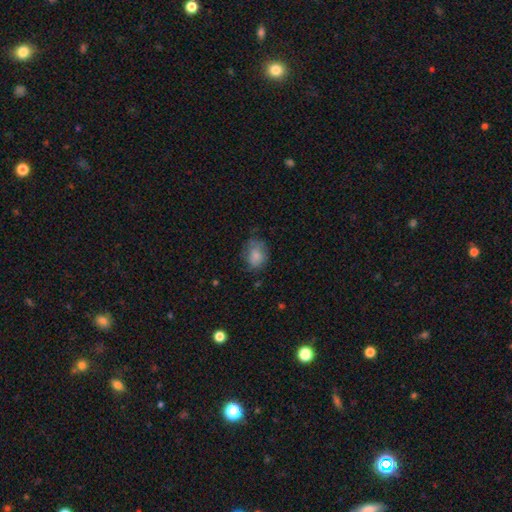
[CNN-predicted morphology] smooth-or-featured: smooth: 78% | featured or disk: 14% | star or artifact: 8%
  how-rounded: round: 51% | in between: 48% | cigar-shaped: 1%
  merging: none: 55% | minor disturbance: 29% | major disturbance: 14% | merger: 2%